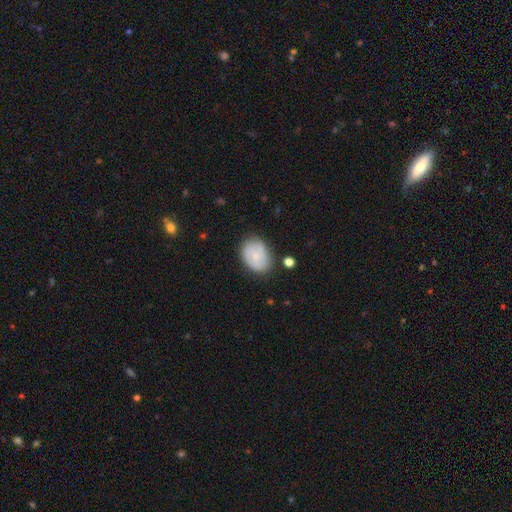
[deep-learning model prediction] This is likely a smooth galaxy (64%). How rounded: likely in between (72%). Merging: likely none (70%).